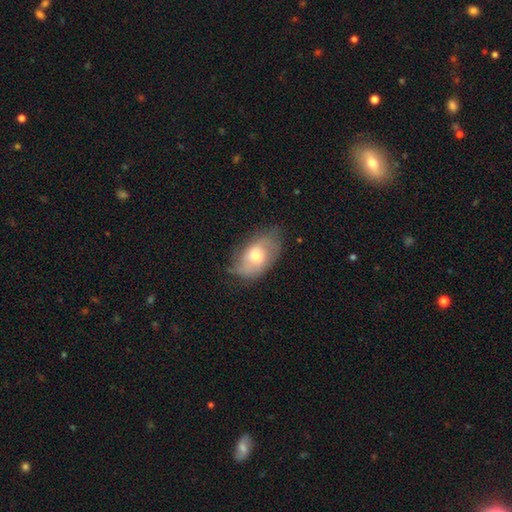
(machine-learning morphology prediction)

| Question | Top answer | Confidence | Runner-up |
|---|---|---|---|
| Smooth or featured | smooth | 50% | featured or disk (42%) |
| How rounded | in between | 90% | round (8%) |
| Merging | none | 61% | minor disturbance (28%) |